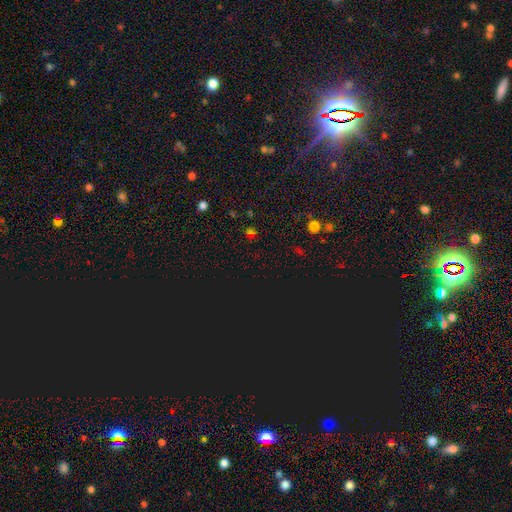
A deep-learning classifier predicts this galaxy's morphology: A star or artifact, not a galaxy (68%).

Vote fractions:
- Smooth or featured? star or artifact: 68% / smooth: 25% / featured or disk: 7%